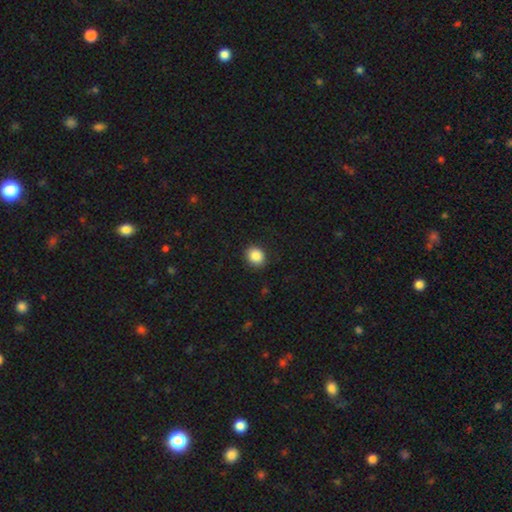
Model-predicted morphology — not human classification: This appears to be a smooth galaxy with no disk features (87%) that is round (73%). Merging: none (89%).